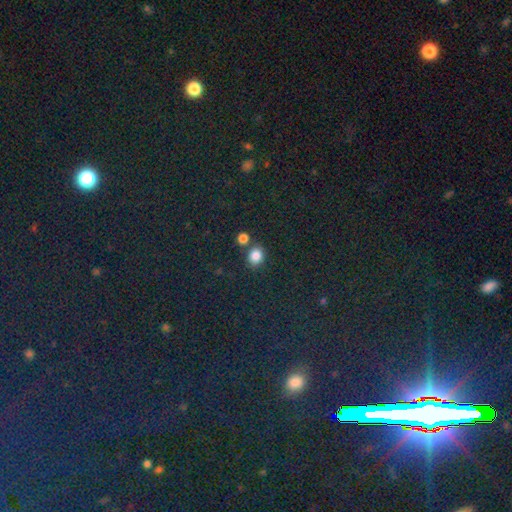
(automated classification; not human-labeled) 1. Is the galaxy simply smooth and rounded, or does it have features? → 83% smooth, 12% star or artifact, 5% featured or disk.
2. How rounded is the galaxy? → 65% round, 34% in between, 1% cigar-shaped.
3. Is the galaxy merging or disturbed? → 70% none, 18% merger, 9% minor disturbance, 3% major disturbance.